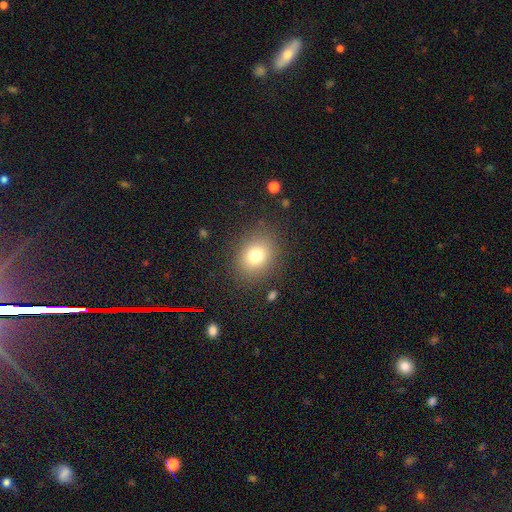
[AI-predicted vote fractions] Smooth or featured?
  - smooth: 77% *
  - star or artifact: 13%
  - featured or disk: 11%
How rounded?
  - round: 57% *
  - in between: 42%
  - cigar-shaped: 1%
Merging?
  - none: 85% *
  - minor disturbance: 9%
  - major disturbance: 4%
  - merger: 2%